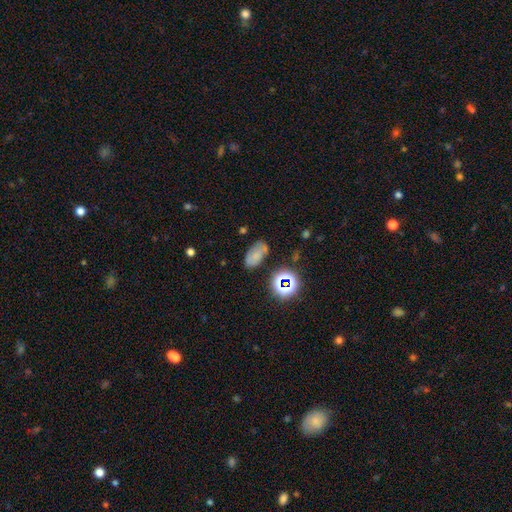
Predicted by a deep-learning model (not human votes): A smooth galaxy with no disk features (61%) that is in between round and cigar-shaped (89%). Merging: none (71%).